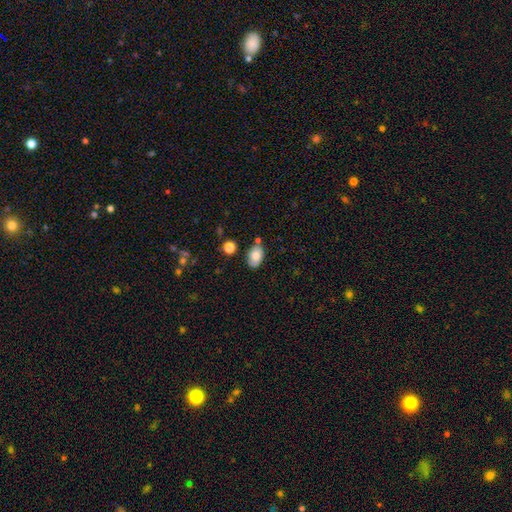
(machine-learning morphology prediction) smooth-or-featured: smooth: 75% | featured or disk: 17% | star or artifact: 8%
  how-rounded: in between: 88% | round: 10% | cigar-shaped: 1%
  merging: none: 71% | minor disturbance: 17% | merger: 8% | major disturbance: 4%